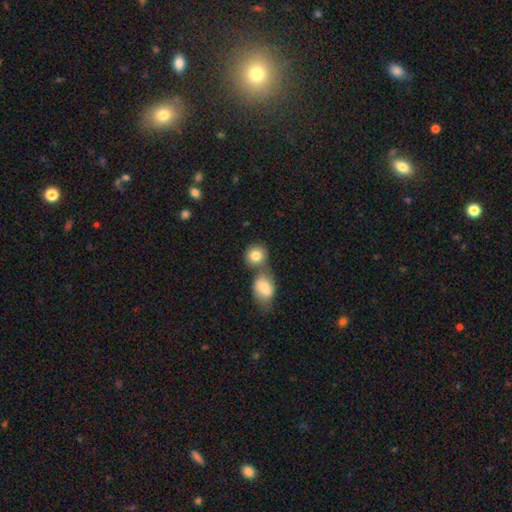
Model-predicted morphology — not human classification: Smooth or featured?
  - smooth: 83% *
  - featured or disk: 10%
  - star or artifact: 8%
How rounded?
  - round: 79% *
  - in between: 20%
  - cigar-shaped: 1%
Merging?
  - none: 46% *
  - merger: 43%
  - minor disturbance: 8%
  - major disturbance: 3%